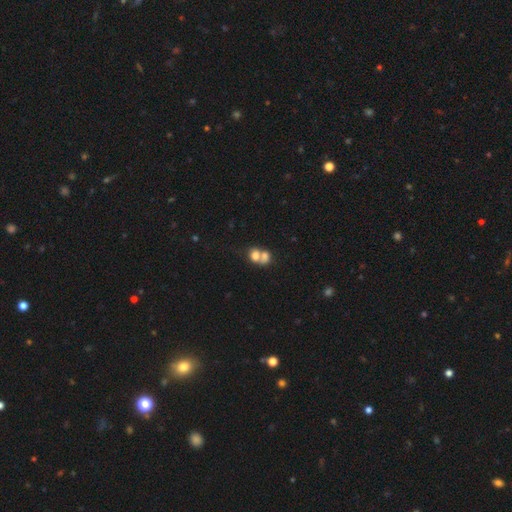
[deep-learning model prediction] Smooth or featured? Predicted: smooth (p=0.71). How rounded? Predicted: in between (p=0.52). Merging? Predicted: merger (p=0.70).